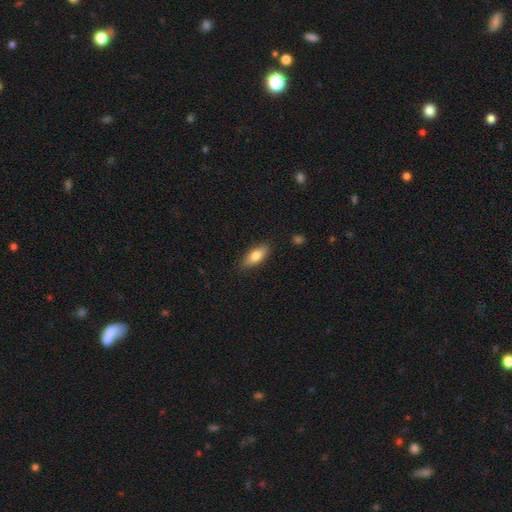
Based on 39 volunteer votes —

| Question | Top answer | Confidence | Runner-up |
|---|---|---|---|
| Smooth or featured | smooth | 74% | featured or disk (21%) |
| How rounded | in between | 79% | cigar-shaped (14%) |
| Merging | none | 86% | minor disturbance (11%) |